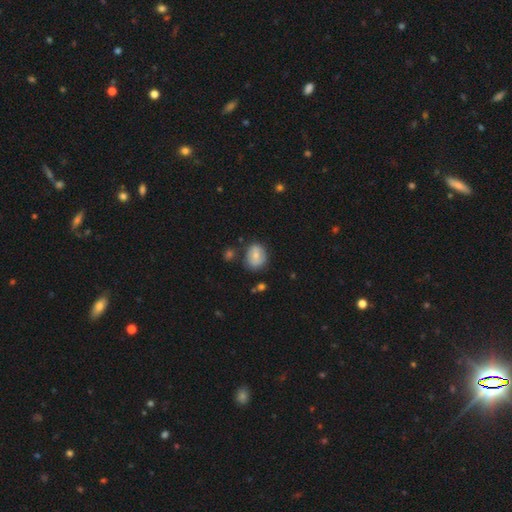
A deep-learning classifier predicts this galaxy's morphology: Q: Smooth or featured?
A: smooth (60%); runner-up: featured or disk (32%)
Q: How rounded?
A: round (57%); runner-up: in between (42%)
Q: Merging?
A: none (70%); runner-up: minor disturbance (21%)